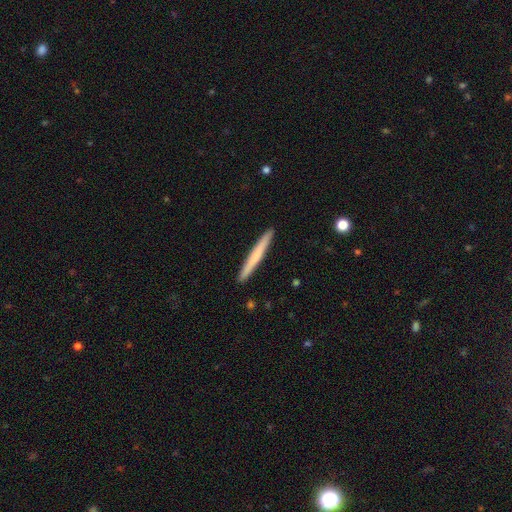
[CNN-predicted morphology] Overall: smooth (55%; featured or disk 39%). How rounded: cigar-shaped (97%). Merging: none (93%).